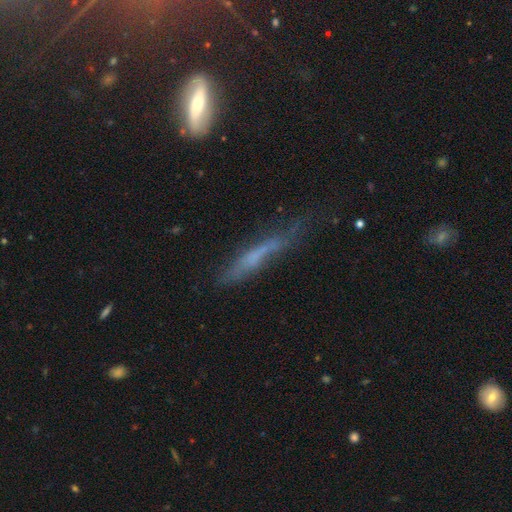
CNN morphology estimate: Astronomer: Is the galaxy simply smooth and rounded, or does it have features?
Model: featured or disk — 46% (runner-up: smooth, 42%).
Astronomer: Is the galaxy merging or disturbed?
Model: none — 46% (runner-up: minor disturbance, 30%).